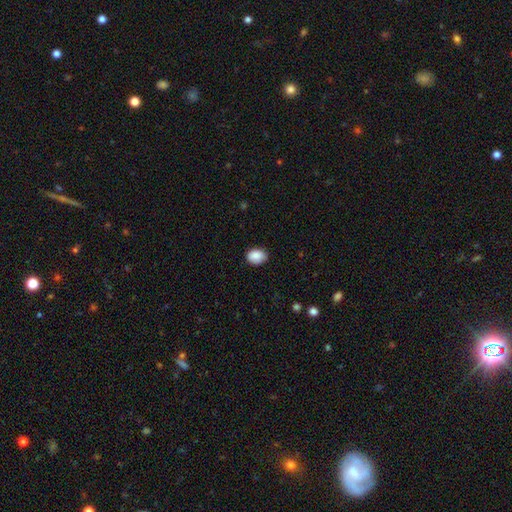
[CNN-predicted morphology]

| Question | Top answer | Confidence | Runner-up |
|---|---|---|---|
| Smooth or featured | smooth | 88% | star or artifact (8%) |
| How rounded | in between | 67% | round (33%) |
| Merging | none | 82% | minor disturbance (15%) |